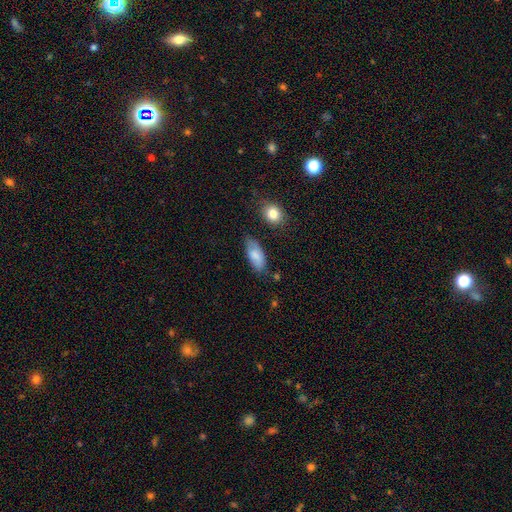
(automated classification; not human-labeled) A smooth galaxy with no disk features (79%) that is in between round and cigar-shaped (88%). Merging: none (64%).